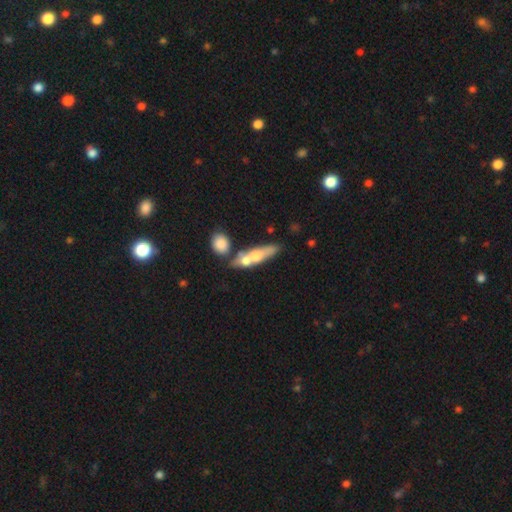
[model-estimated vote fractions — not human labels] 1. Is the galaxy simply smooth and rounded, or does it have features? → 50% smooth, 43% featured or disk, 7% star or artifact.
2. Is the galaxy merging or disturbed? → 43% merger, 39% none, 12% minor disturbance, 6% major disturbance.